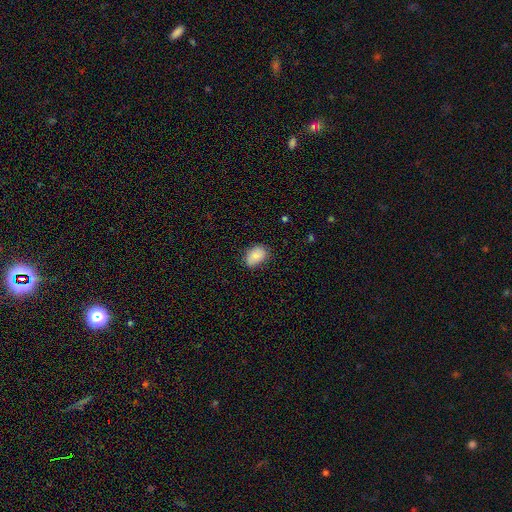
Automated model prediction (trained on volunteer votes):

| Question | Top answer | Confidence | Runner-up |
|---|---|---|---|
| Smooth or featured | smooth | 85% | featured or disk (8%) |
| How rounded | in between | 81% | round (18%) |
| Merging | none | 76% | minor disturbance (20%) |